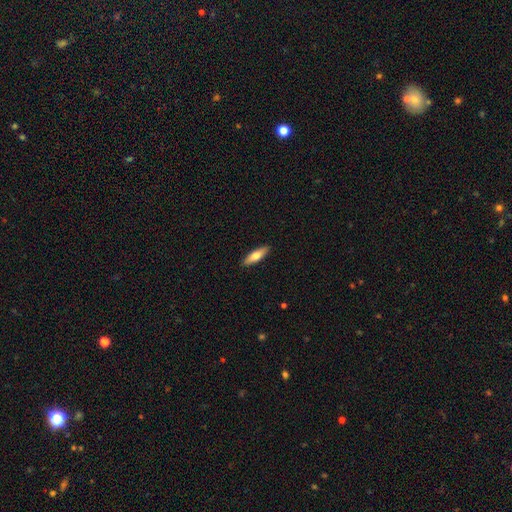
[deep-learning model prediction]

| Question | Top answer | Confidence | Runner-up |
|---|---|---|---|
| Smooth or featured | smooth | 67% | featured or disk (27%) |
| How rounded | cigar-shaped | 55% | in between (43%) |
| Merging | none | 90% | minor disturbance (7%) |